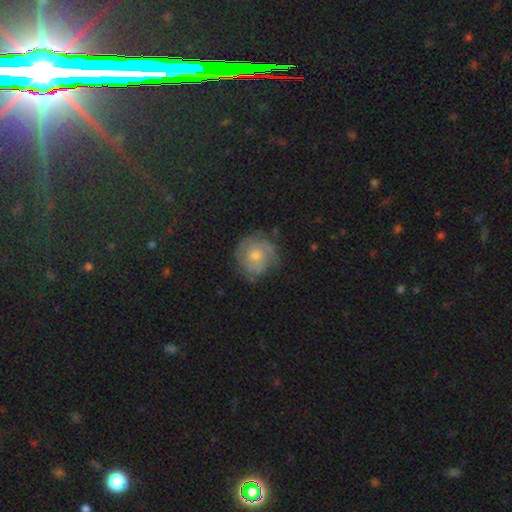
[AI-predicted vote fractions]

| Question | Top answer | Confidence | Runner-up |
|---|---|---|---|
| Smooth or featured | featured or disk | 60% | smooth (29%) |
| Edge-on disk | no | 98% | yes (2%) |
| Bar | no | 81% | weak (16%) |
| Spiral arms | yes | 84% | no (16%) |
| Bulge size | moderate | 52% | small (42%) |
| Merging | none | 70% | minor disturbance (21%) |